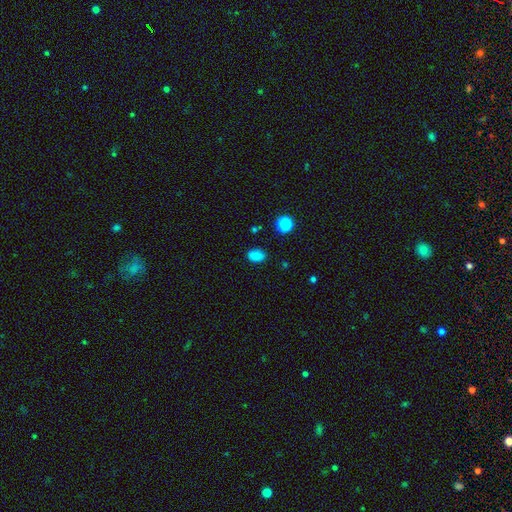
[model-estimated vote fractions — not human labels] This appears to be a smooth galaxy with no disk features (82%) that is in between round and cigar-shaped (75%). Merging: none (82%).